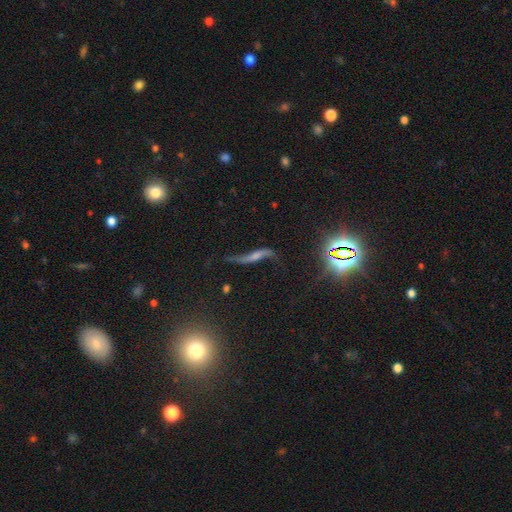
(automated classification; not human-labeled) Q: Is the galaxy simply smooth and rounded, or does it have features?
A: featured or disk — 62%.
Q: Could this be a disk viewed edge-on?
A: no — 63%.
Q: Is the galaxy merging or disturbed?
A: none — 54%.